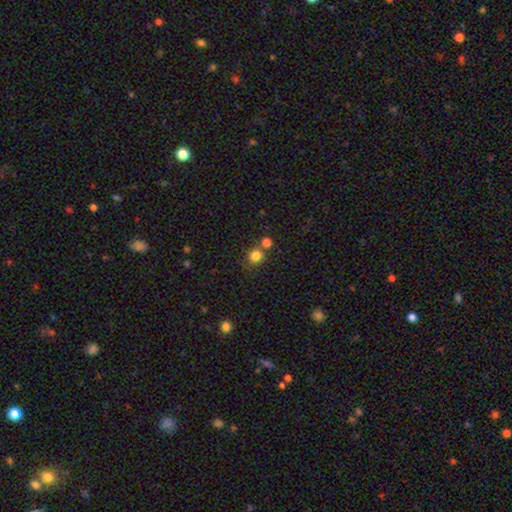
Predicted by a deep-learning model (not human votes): smooth-or-featured: smooth: 82% | star or artifact: 13% | featured or disk: 5%
  how-rounded: round: 89% | in between: 10% | cigar-shaped: 1%
  merging: none: 69% | merger: 18% | minor disturbance: 9% | major disturbance: 3%